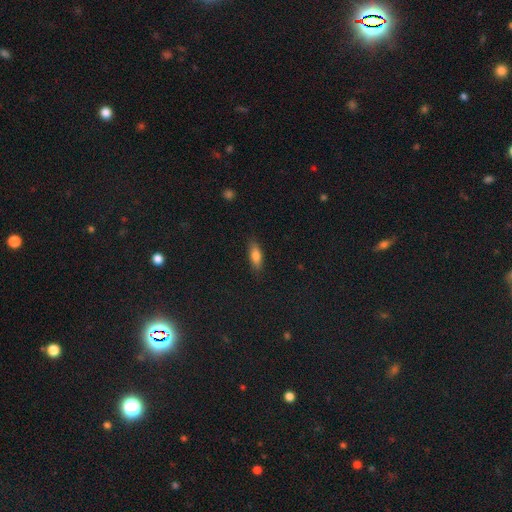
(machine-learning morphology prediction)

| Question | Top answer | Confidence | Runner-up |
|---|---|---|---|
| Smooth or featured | smooth | 77% | featured or disk (14%) |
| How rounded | in between | 71% | cigar-shaped (26%) |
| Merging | none | 85% | minor disturbance (12%) |